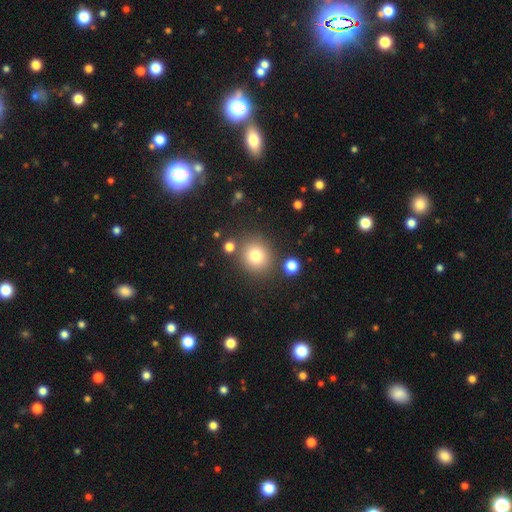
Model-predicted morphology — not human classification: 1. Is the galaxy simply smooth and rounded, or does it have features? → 78% smooth, 13% star or artifact, 9% featured or disk.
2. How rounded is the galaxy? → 85% round, 14% in between, 1% cigar-shaped.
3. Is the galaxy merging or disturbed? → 81% none, 9% minor disturbance, 7% merger, 3% major disturbance.